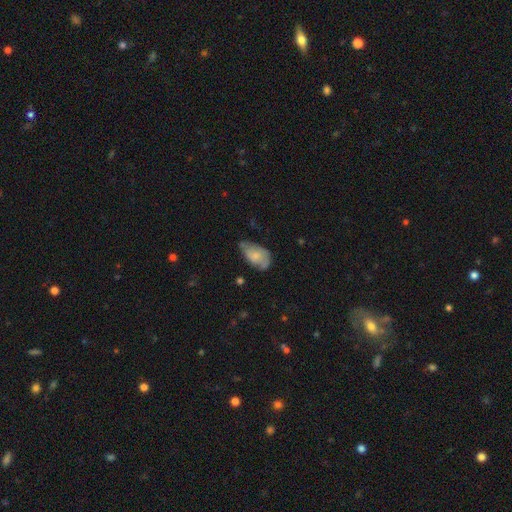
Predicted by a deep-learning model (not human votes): The model was most divided on "merging": minor disturbance: 42%, none: 41%, major disturbance: 14%, merger: 4%. More confident: how rounded — in between (92%); smooth or featured — smooth (64%).